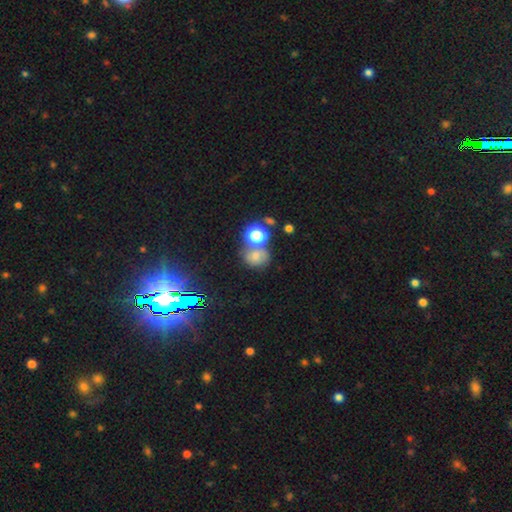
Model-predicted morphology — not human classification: Smooth or featured? smooth (53%)
How rounded? round (73%)
Merging? none (47%)